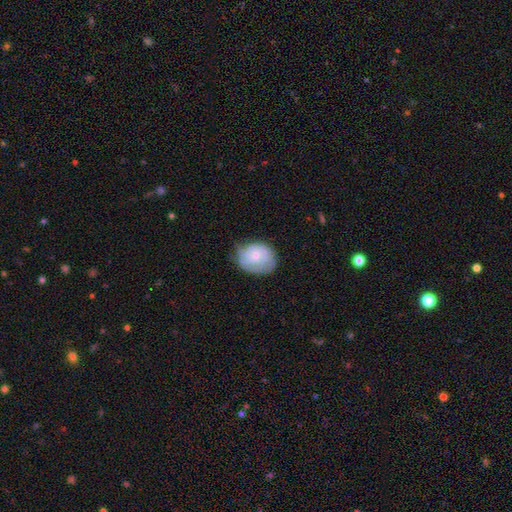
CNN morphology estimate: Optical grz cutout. It shows a featured or disk galaxy (53%) with no bar (79%), spiral arms (79%) and a small central bulge (68%). Merging: none (59%).